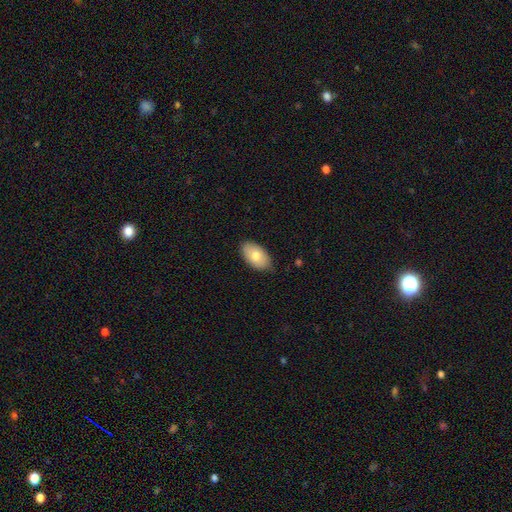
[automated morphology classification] This appears to be a smooth galaxy with no disk features (76%) that is in between round and cigar-shaped (94%). Merging: none (79%).